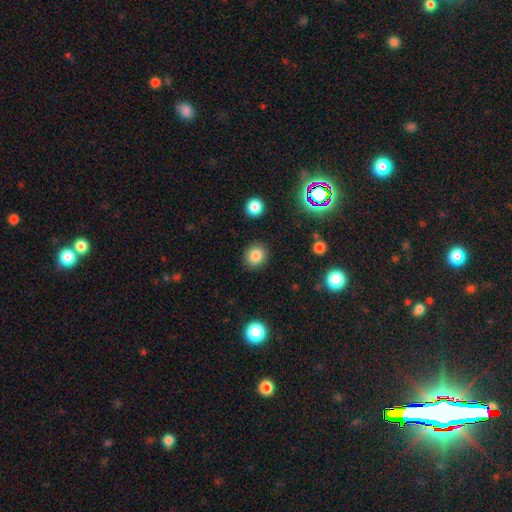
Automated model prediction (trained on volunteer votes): Overall: smooth (83%). How rounded: round (84%). Merging: none (89%).